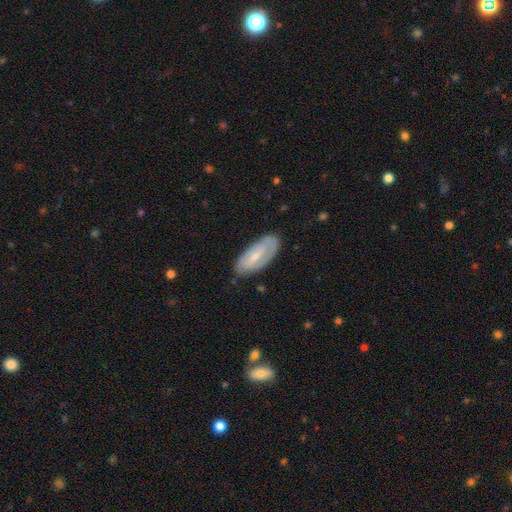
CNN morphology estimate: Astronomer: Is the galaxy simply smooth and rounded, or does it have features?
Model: featured or disk — 61%.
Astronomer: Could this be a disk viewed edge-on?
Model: no — 89%.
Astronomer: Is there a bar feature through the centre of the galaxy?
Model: weak — 45% (runner-up: no, 29%).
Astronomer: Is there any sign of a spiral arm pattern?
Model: yes — 72%.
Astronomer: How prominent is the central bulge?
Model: small — 65%.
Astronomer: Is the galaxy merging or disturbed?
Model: none — 76%.